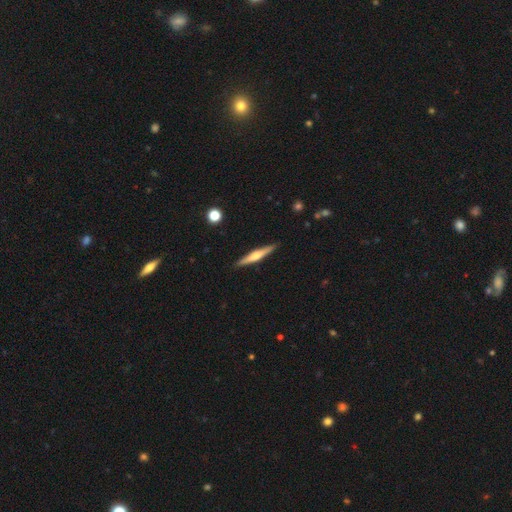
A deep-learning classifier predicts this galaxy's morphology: smooth-or-featured: featured or disk: 56% | smooth: 38% | star or artifact: 5%
  disk-edge-on: yes: 97% | no: 3%
    edge-on-bulge: rounded: 80% | none: 12% | boxy: 9%
  merging: none: 91% | minor disturbance: 7% | major disturbance: 1% | merger: 1%